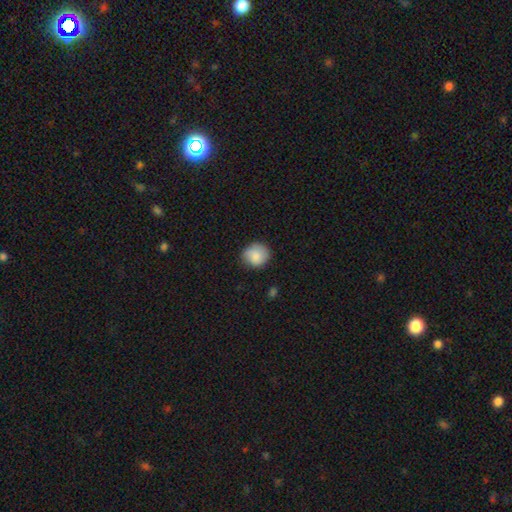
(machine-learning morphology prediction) Smooth or featured?
  - smooth: 86% *
  - star or artifact: 7%
  - featured or disk: 7%
How rounded?
  - round: 81% *
  - in between: 18%
  - cigar-shaped: 1%
Merging?
  - none: 80% *
  - minor disturbance: 16%
  - major disturbance: 3%
  - merger: 1%